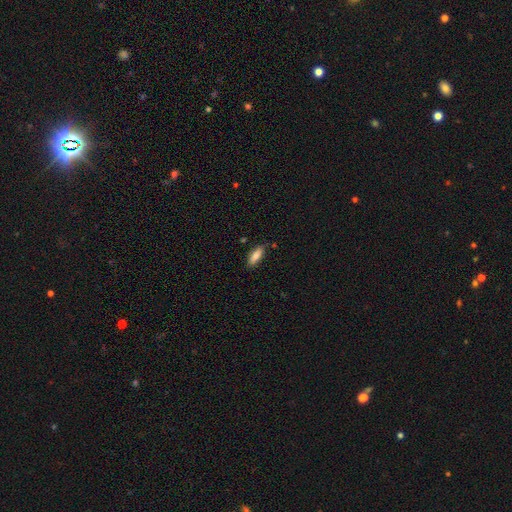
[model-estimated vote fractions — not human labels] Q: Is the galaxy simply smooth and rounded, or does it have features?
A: smooth — 78%.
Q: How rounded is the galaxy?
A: in between — 62%.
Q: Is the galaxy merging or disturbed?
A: none — 82%.